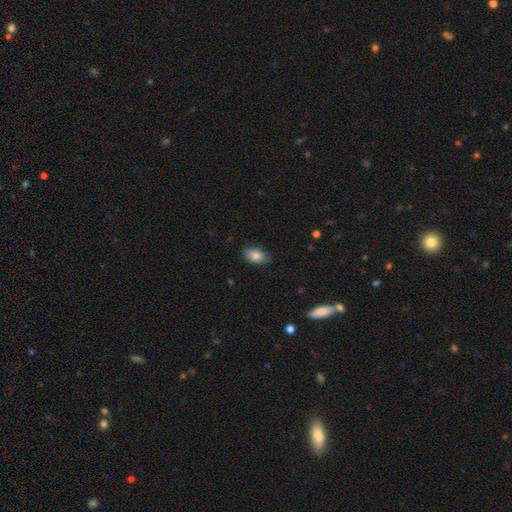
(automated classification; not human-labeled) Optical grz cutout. It shows a smooth galaxy with no disk features (83%) that is in between round and cigar-shaped (89%). Merging: none (80%).